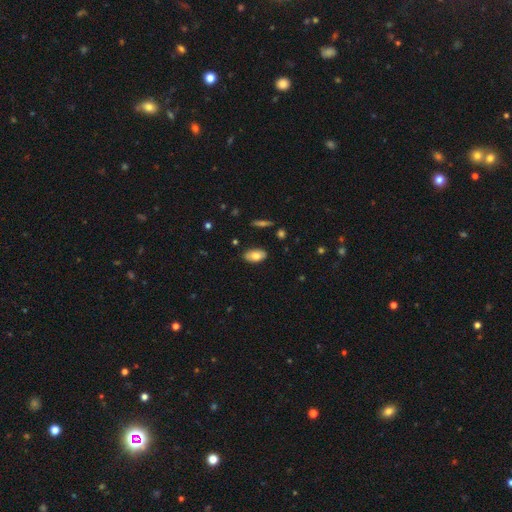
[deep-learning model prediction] A smooth galaxy with no disk features (78%) that is in between round and cigar-shaped (94%).

Vote fractions:
- Smooth or featured? smooth: 78% / featured or disk: 16% / star or artifact: 7%
- How rounded? in between: 94% / round: 3% / cigar-shaped: 3%
- Merging? none: 86% / minor disturbance: 11% / major disturbance: 2% / merger: 1%